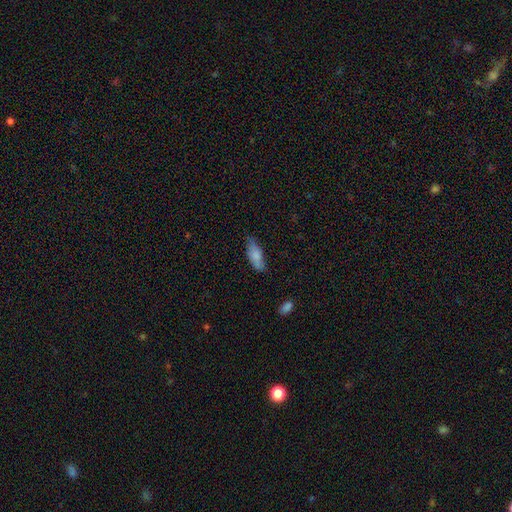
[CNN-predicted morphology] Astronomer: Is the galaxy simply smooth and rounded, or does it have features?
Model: smooth — 76%.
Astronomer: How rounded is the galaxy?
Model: in between — 74%.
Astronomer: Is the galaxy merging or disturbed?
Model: none — 66%.